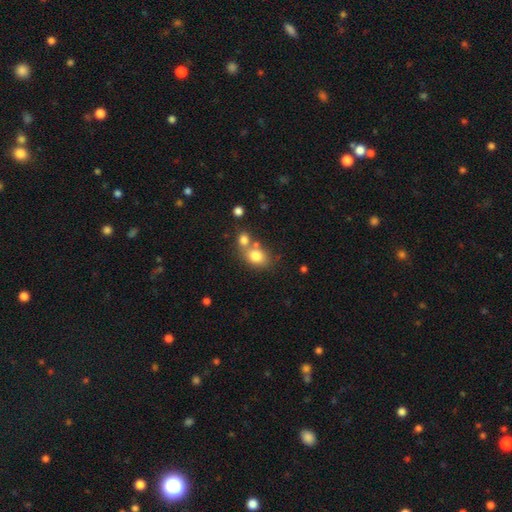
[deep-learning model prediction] smooth-or-featured: smooth: 78% | featured or disk: 12% | star or artifact: 10%
  how-rounded: in between: 56% | round: 42% | cigar-shaped: 1%
  merging: none: 45% | merger: 40% | minor disturbance: 11% | major disturbance: 4%